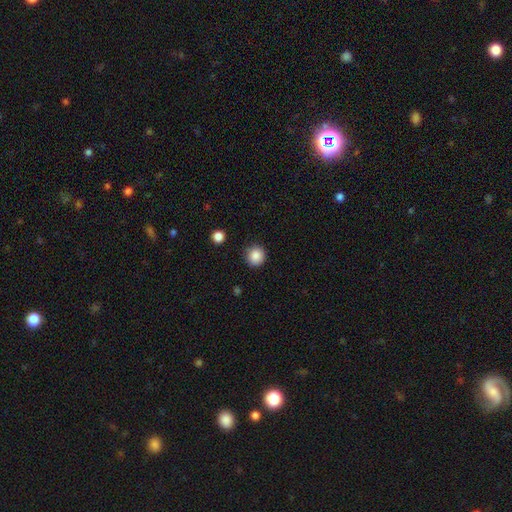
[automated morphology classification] Smooth or featured: smooth — 87% (star or artifact — 10%)
How rounded: round — 92% (in between — 7%)
Merging: none — 88% (minor disturbance — 8%)